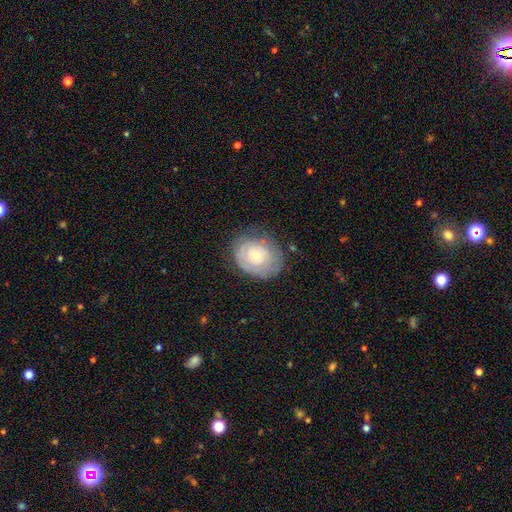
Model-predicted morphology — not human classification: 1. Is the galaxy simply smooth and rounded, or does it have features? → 48% featured or disk, 45% smooth, 7% star or artifact.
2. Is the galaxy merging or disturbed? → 68% none, 22% minor disturbance, 8% major disturbance, 2% merger.